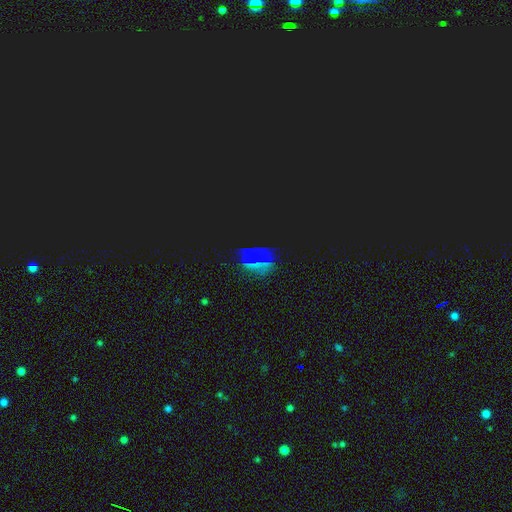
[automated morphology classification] Overall: star or artifact (66%).